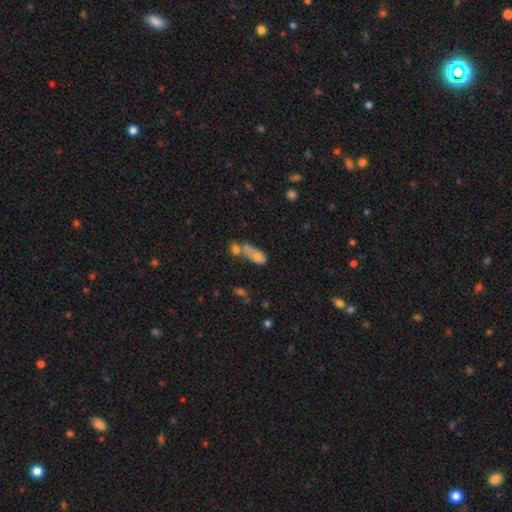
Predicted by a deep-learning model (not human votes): Smooth or featured?
  - smooth: 70% *
  - featured or disk: 20%
  - star or artifact: 10%
How rounded?
  - in between: 76% *
  - cigar-shaped: 14%
  - round: 10%
Merging?
  - merger: 52% *
  - none: 22%
  - minor disturbance: 14%
  - major disturbance: 13%